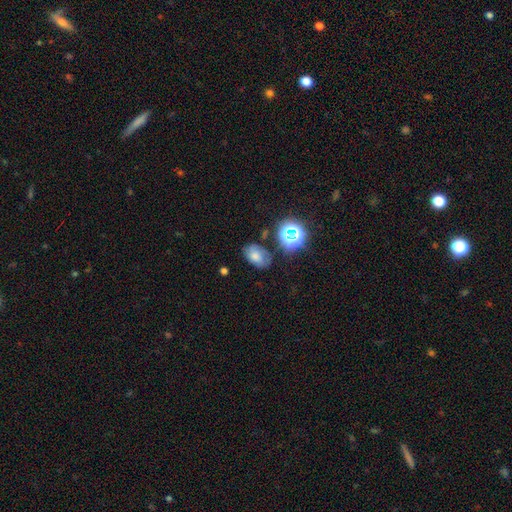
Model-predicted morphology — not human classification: This is likely a smooth galaxy (64%). How rounded: clearly in between (83%). Merging: likely none (65%).